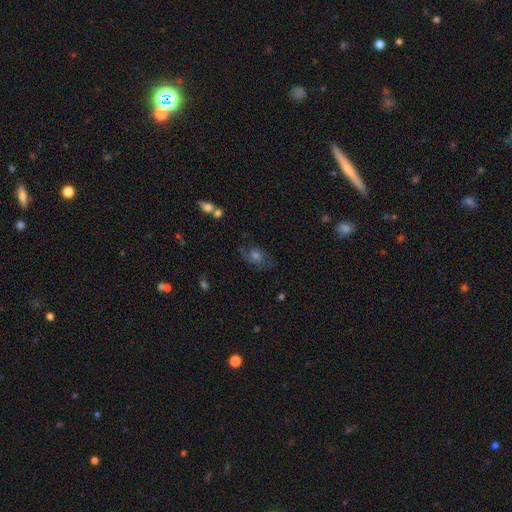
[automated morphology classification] Smooth or featured? featured or disk (45%)
Merging? none (70%)